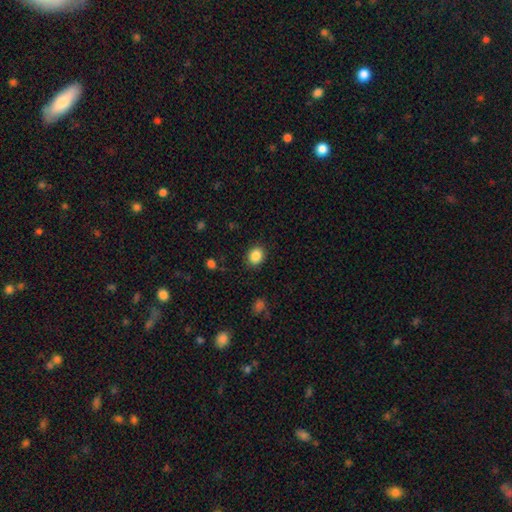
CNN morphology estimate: type=smooth (86%); roundness=round (61%); merging=none (88%).